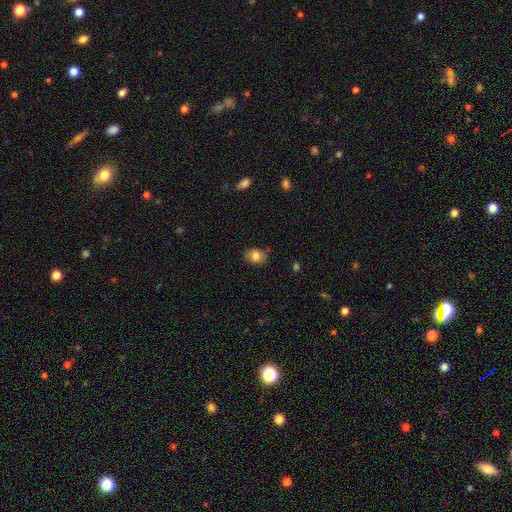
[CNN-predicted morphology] type=smooth (80%); roundness=in between (59%); merging=none (78%).